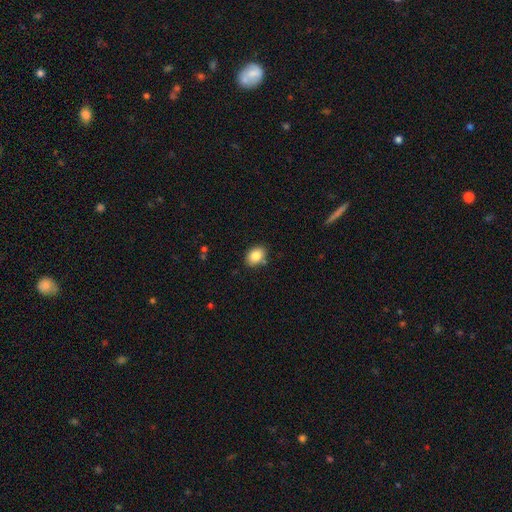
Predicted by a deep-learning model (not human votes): The model was most divided on "how rounded": in between: 76%, round: 23%, cigar-shaped: 1%. More confident: smooth or featured — smooth (85%); merging — none (83%).